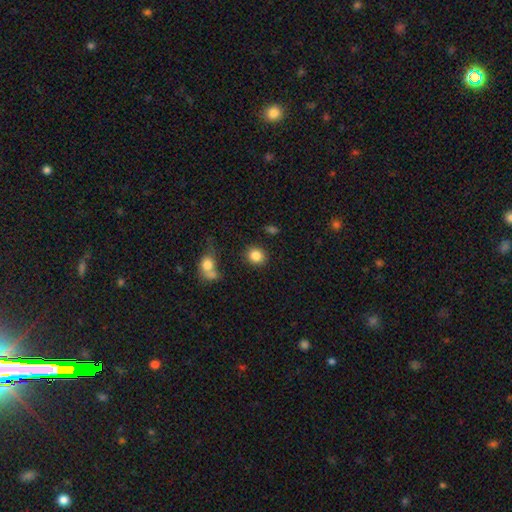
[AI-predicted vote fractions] Morphology: type=smooth (86%); roundness=round (75%); merging=none (83%).